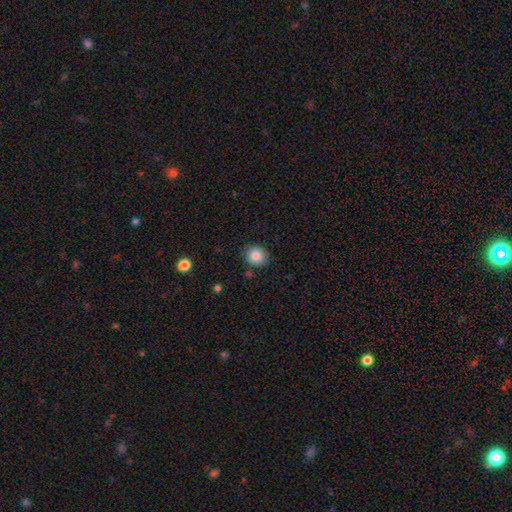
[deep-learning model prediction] Overall: smooth (85%). How rounded: round (79%). Merging: none (85%).